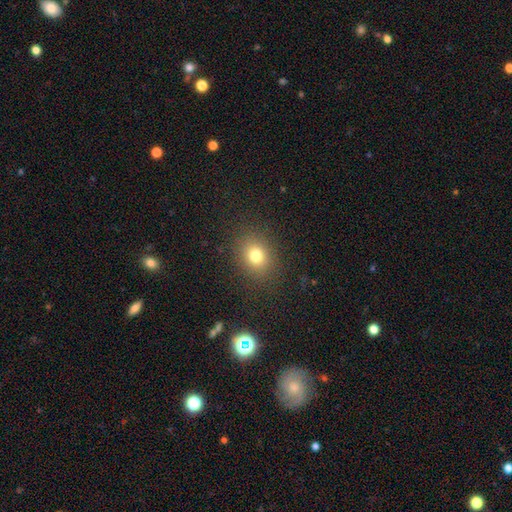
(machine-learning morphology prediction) This is likely a smooth galaxy (77%). How rounded: likely round (61%). Merging: clearly none (86%).